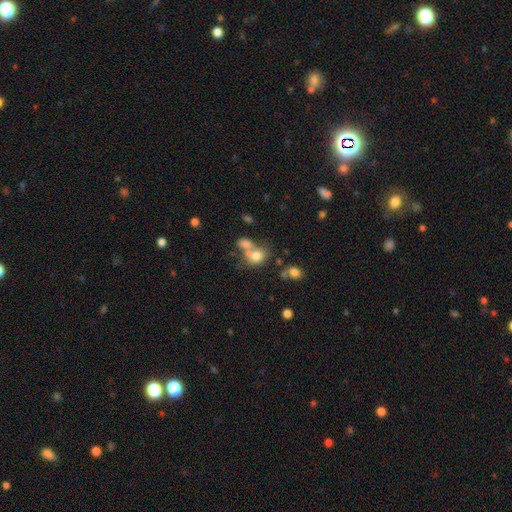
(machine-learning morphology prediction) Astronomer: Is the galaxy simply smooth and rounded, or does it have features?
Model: smooth — 73%.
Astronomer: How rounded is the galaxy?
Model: round — 52% (runner-up: in between, 47%).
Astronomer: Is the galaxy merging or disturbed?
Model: merger — 47% (runner-up: none, 37%).